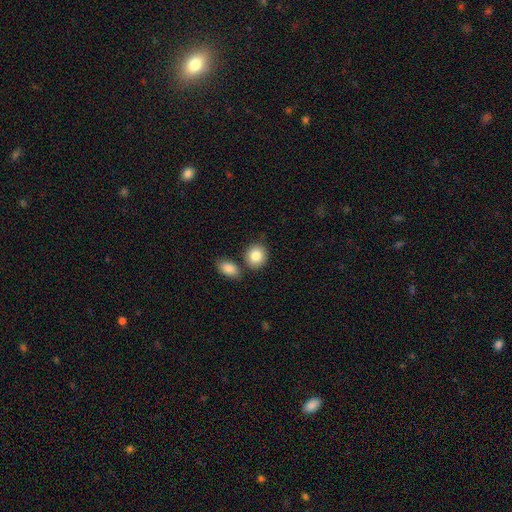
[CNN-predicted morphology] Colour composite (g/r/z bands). It shows a smooth galaxy with no disk features (85%) that is round (70%). Merging: none (72%).